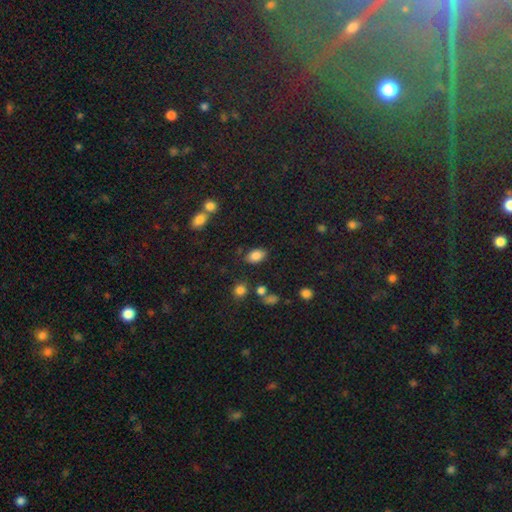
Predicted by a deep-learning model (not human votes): The model was most divided on "merging": none: 78%, minor disturbance: 14%, merger: 5%, major disturbance: 4%. More confident: how rounded — in between (88%); smooth or featured — smooth (84%).